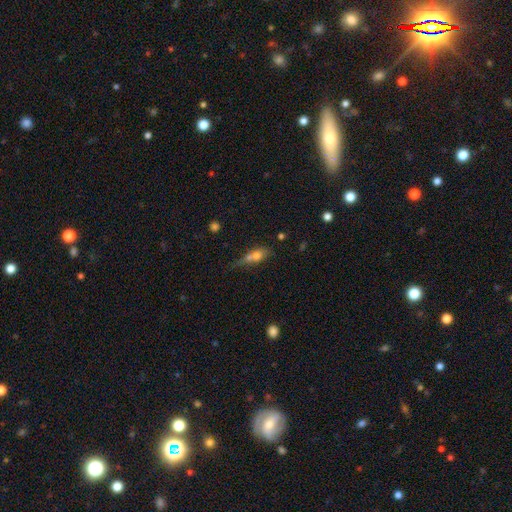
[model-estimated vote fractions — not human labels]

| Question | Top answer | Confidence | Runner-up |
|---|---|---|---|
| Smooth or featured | smooth | 65% | featured or disk (23%) |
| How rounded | in between | 63% | cigar-shaped (22%) |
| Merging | merger | 39% | none (31%) |